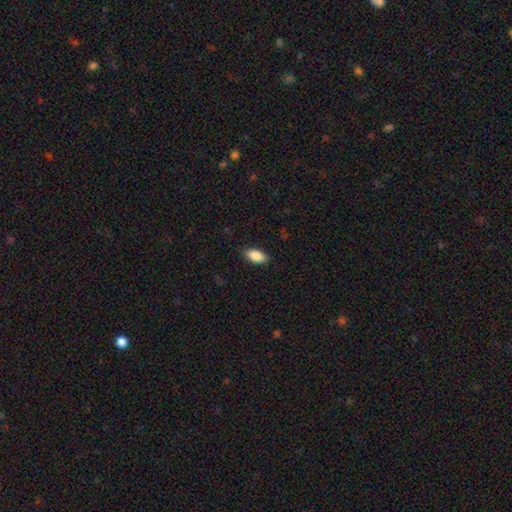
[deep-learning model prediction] A smooth galaxy with no disk features (88%) that is in between round and cigar-shaped (92%).

Vote fractions:
- Smooth or featured? smooth: 88% / star or artifact: 7% / featured or disk: 6%
- How rounded? in between: 92% / cigar-shaped: 6% / round: 3%
- Merging? none: 87% / minor disturbance: 10% / major disturbance: 2% / merger: 1%